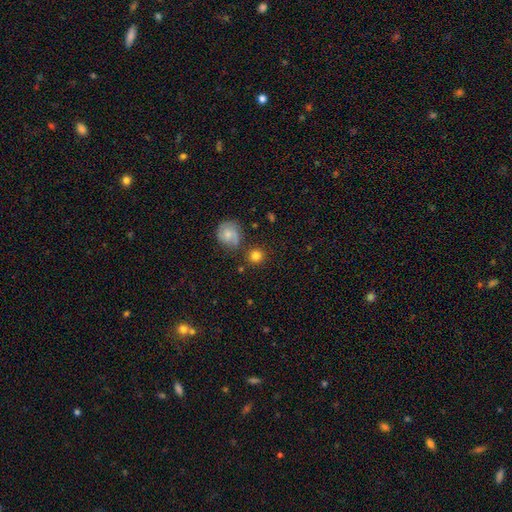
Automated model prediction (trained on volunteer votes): Morphology: type=smooth (81%); roundness=round (91%); merging=none (81%).